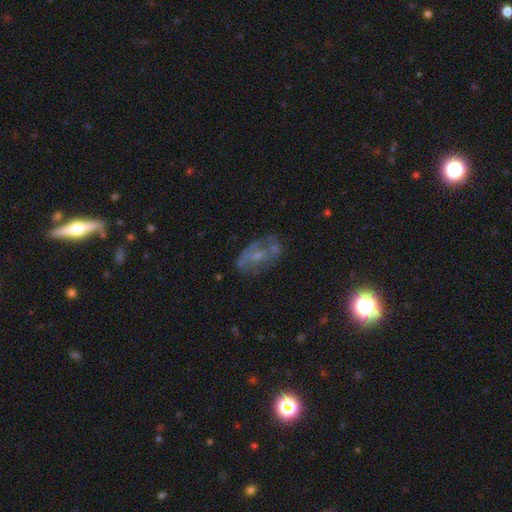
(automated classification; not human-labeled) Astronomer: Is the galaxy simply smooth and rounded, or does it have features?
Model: featured or disk — 55% (runner-up: smooth, 31%).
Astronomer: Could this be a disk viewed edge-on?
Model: no — 94%.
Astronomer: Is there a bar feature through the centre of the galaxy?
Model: no — 66%.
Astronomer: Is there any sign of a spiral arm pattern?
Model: no — 63%.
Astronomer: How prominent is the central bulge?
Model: small — 48% (runner-up: moderate, 24%).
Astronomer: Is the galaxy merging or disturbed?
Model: none — 48%.